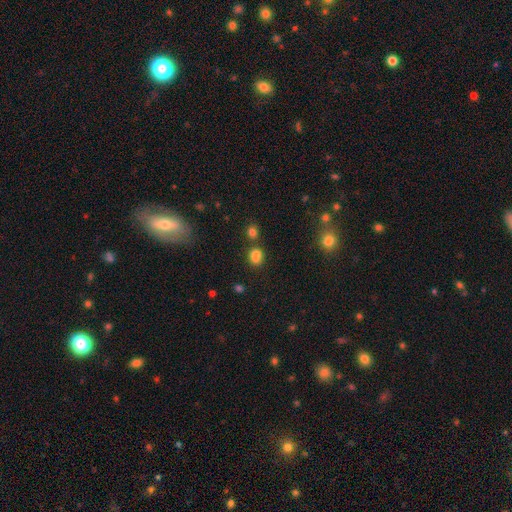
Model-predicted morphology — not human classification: smooth_or_featured: smooth (p=0.77) [alt: star or artifact p=0.17]
how_rounded: round (p=0.54) [alt: in between p=0.44]
merging: none (p=0.61) [alt: merger p=0.22]